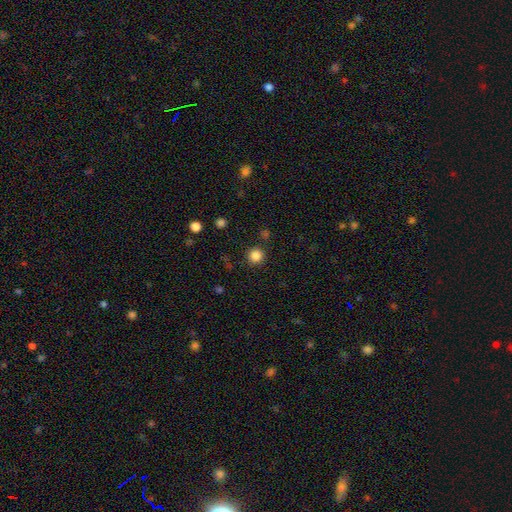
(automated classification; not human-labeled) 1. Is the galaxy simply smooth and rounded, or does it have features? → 84% smooth, 12% star or artifact, 4% featured or disk.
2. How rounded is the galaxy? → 93% round, 6% in between, 1% cigar-shaped.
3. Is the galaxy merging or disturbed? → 88% none, 7% minor disturbance, 3% merger, 3% major disturbance.